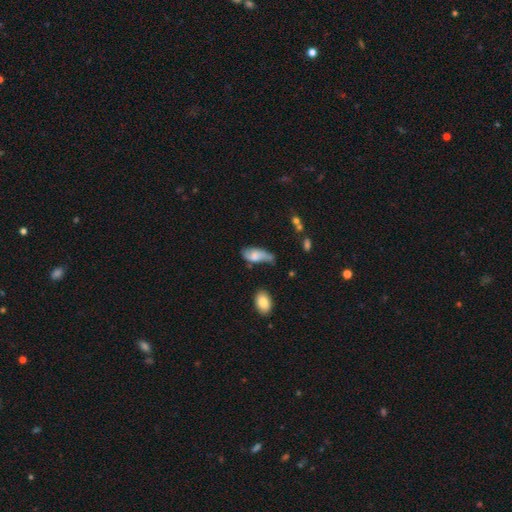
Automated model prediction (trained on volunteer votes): Morphology: type=smooth (59%); roundness=in between (87%); merging=minor disturbance (40%).